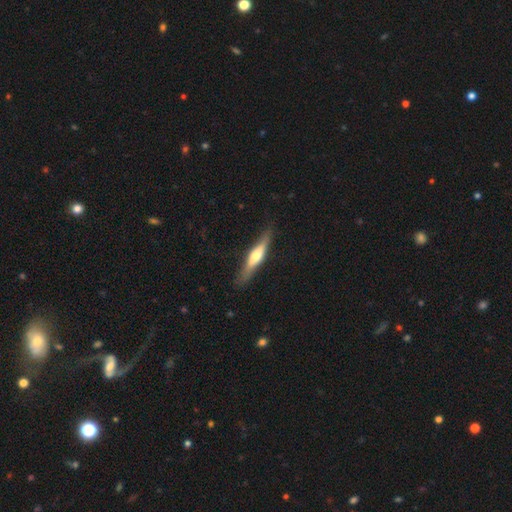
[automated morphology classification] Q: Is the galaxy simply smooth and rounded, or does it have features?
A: featured or disk — 52%.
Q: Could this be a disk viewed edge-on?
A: yes — 92%.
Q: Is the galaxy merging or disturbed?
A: none — 83%.